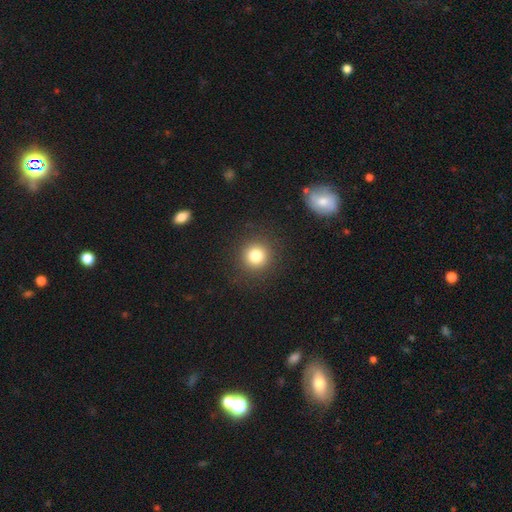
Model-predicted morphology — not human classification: A smooth galaxy with no disk features (81%) that is round (93%).

Vote fractions:
- Smooth or featured? smooth: 81% / star or artifact: 12% / featured or disk: 7%
- How rounded? round: 93% / in between: 6% / cigar-shaped: 1%
- Merging? none: 89% / minor disturbance: 6% / major disturbance: 3% / merger: 1%